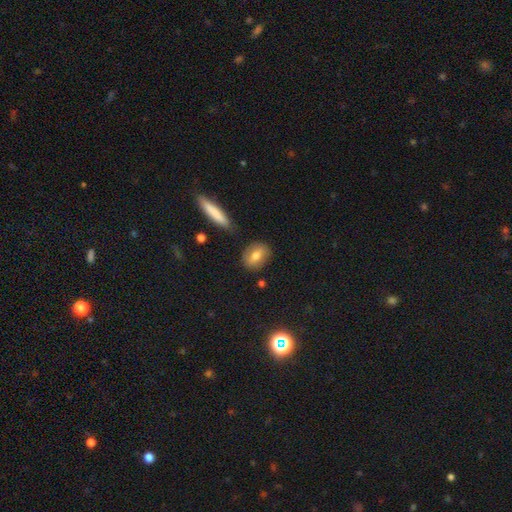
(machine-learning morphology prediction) The model was most divided on "smooth or featured": smooth: 66%, featured or disk: 26%, star or artifact: 7%. More confident: merging — none (81%); how rounded — in between (68%).